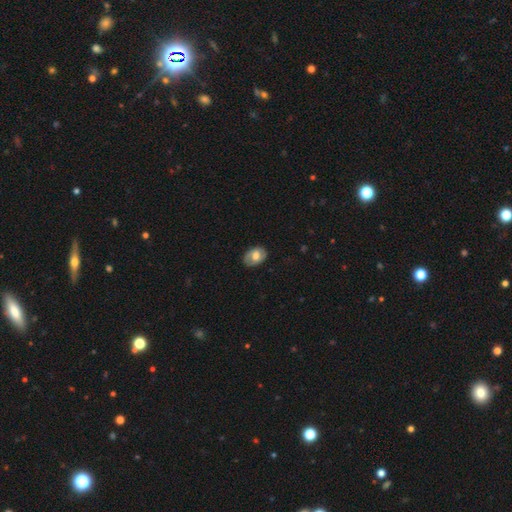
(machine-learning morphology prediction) The model was most divided on "smooth or featured": smooth: 56%, featured or disk: 37%, star or artifact: 7%. More confident: merging — none (82%); how rounded — in between (80%).